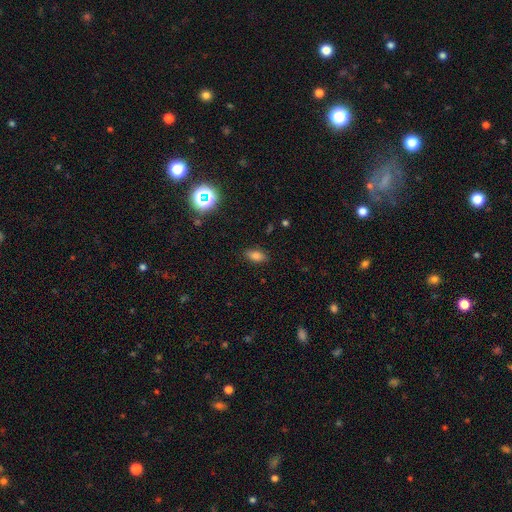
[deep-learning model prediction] The model was most divided on "smooth or featured": smooth: 78%, star or artifact: 14%, featured or disk: 8%. More confident: merging — none (86%); how rounded — in between (86%).